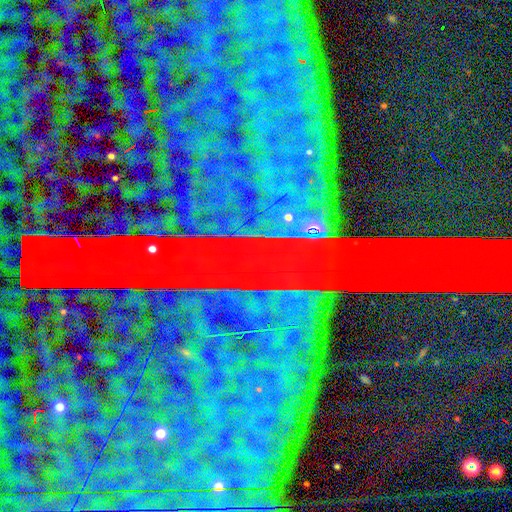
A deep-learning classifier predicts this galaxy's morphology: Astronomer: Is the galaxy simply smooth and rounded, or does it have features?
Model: star or artifact — 86%.